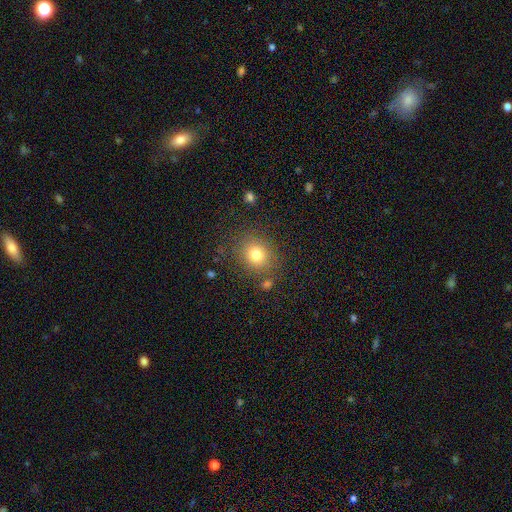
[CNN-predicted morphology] type=smooth (78%); roundness=round (71%); merging=none (81%).